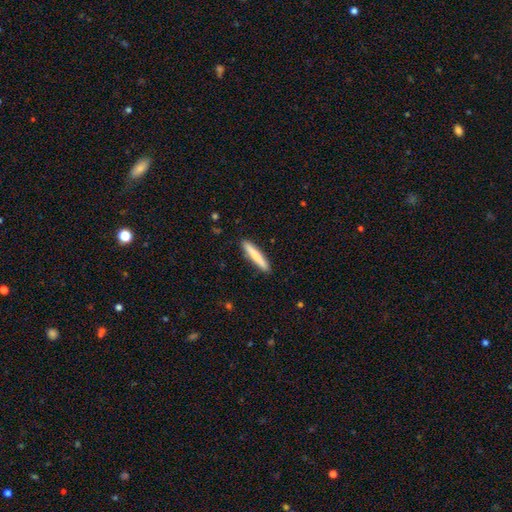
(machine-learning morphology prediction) Smooth or featured? Predicted: smooth (p=0.76). How rounded? Predicted: cigar-shaped (p=0.94). Merging? Predicted: none (p=0.91).